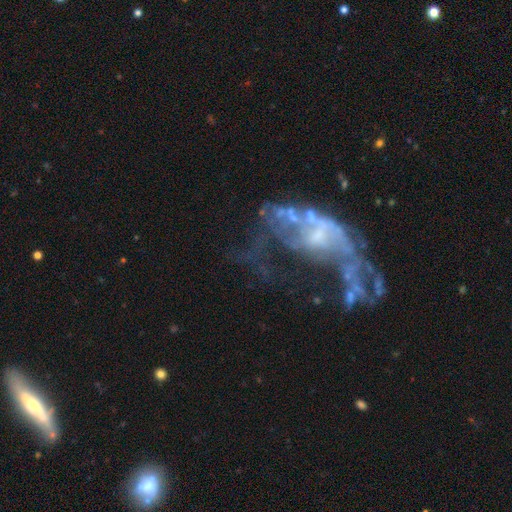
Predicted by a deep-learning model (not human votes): featured or disk 70%, star or artifact 17%, smooth 13%. Down the decision tree: edge-on disk — no (95%); bar — no (79%); spiral arms — no (70%); bulge size — none (42%); merging — major disturbance (46%).